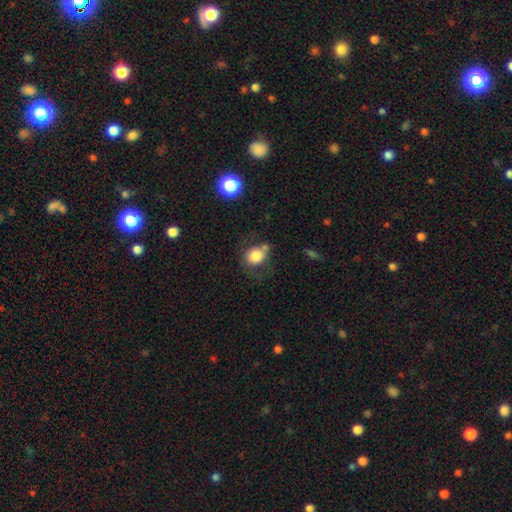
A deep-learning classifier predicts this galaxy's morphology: smooth_or_featured: smooth (p=0.81) [alt: featured or disk p=0.10]
how_rounded: round (p=0.63) [alt: in between p=0.36]
merging: none (p=0.57) [alt: minor disturbance p=0.22]